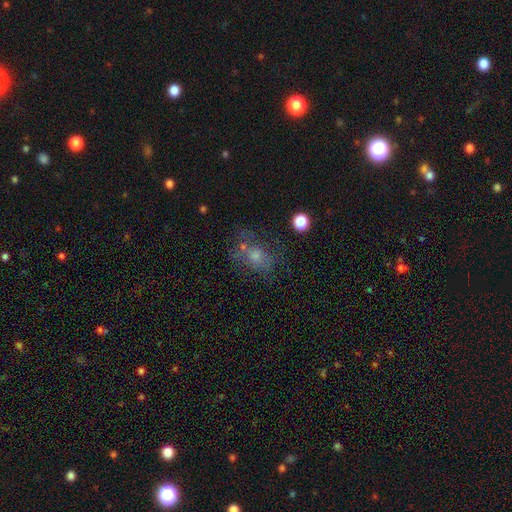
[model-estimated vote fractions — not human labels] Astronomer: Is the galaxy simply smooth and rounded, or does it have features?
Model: smooth — 48% (runner-up: featured or disk, 30%).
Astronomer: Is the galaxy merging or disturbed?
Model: none — 51%.